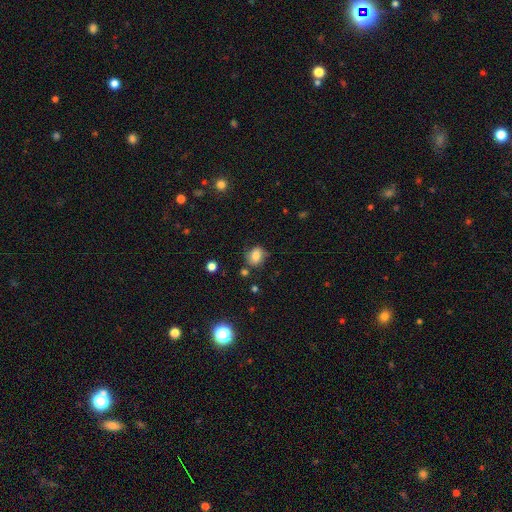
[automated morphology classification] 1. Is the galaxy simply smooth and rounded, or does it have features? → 71% smooth, 18% featured or disk, 12% star or artifact.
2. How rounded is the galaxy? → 54% round, 45% in between, 1% cigar-shaped.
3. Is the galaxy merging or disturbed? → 65% none, 23% minor disturbance, 8% major disturbance, 4% merger.